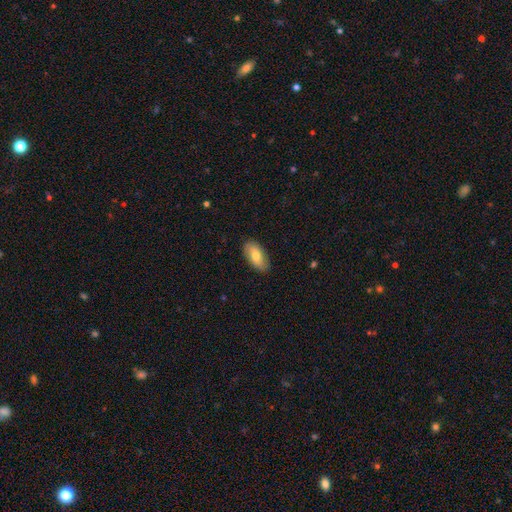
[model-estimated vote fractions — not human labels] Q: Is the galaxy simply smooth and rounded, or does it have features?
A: smooth — 72%.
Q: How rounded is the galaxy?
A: in between — 91%.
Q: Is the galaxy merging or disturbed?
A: none — 86%.